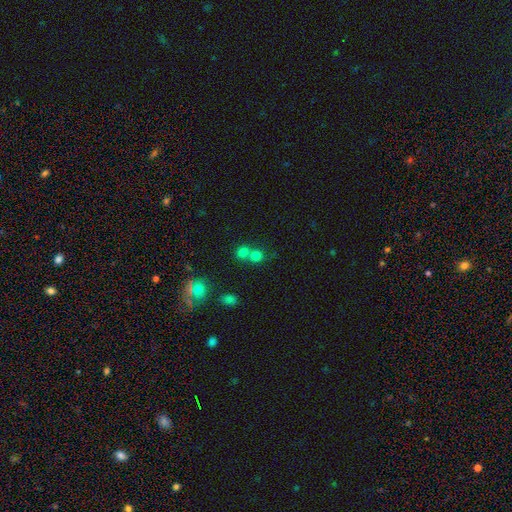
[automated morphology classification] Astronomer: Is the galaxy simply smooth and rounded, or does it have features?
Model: smooth — 72%.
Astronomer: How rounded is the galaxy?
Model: round — 85%.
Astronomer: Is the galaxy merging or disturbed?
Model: merger — 46%, tied with none at 46%.